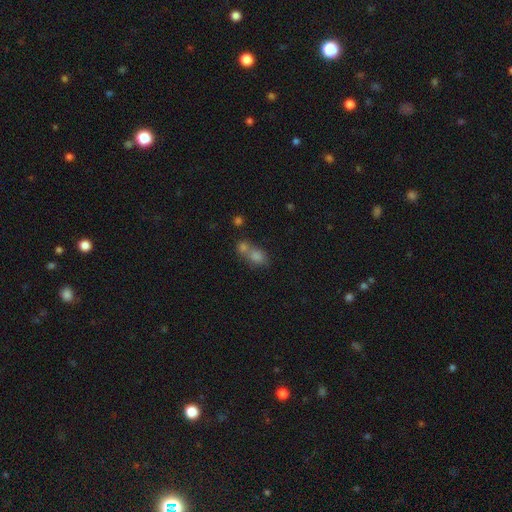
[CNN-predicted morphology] smooth_or_featured: smooth (p=0.72) [alt: star or artifact p=0.17]
how_rounded: round (p=0.51) [alt: in between p=0.46]
merging: merger (p=0.57) [alt: none p=0.32]